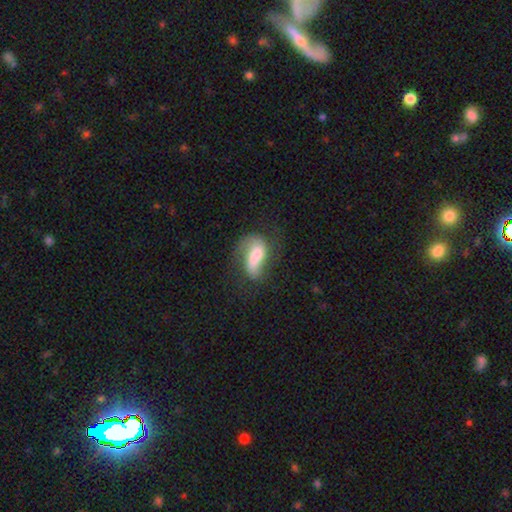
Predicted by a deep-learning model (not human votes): A smooth galaxy with no disk features (48%). Merging: none (47%).